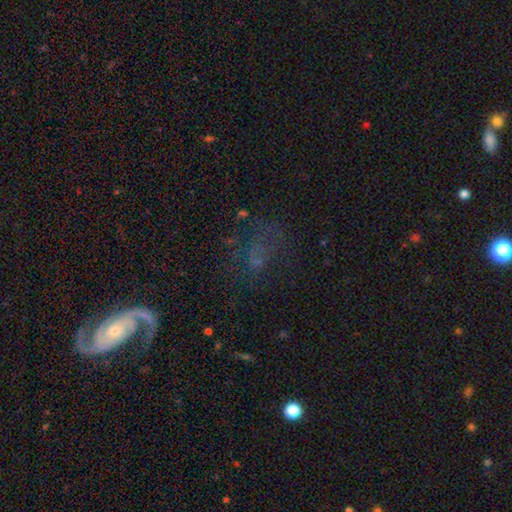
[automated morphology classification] smooth-or-featured: featured or disk: 50% | smooth: 26% | star or artifact: 24%
  merging: none: 43% | major disturbance: 34% | minor disturbance: 16% | merger: 7%